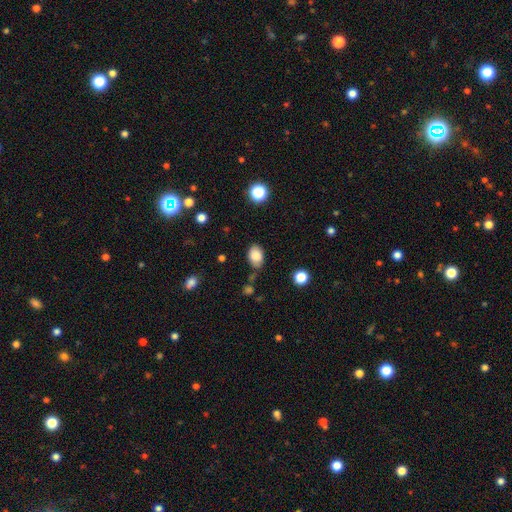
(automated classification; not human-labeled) smooth_or_featured: smooth (p=0.85) [alt: star or artifact p=0.09]
how_rounded: in between (p=0.81) [alt: round p=0.18]
merging: none (p=0.70) [alt: minor disturbance p=0.20]